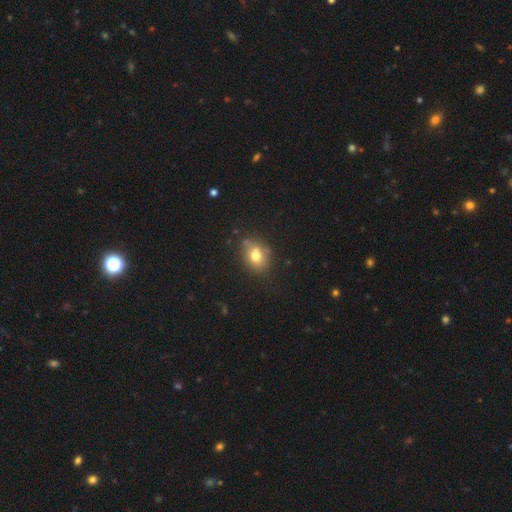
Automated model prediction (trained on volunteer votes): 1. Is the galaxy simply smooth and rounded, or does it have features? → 74% smooth, 15% featured or disk, 11% star or artifact.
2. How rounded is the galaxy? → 54% in between, 45% round, 1% cigar-shaped.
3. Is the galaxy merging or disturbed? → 66% none, 23% minor disturbance, 6% merger, 6% major disturbance.